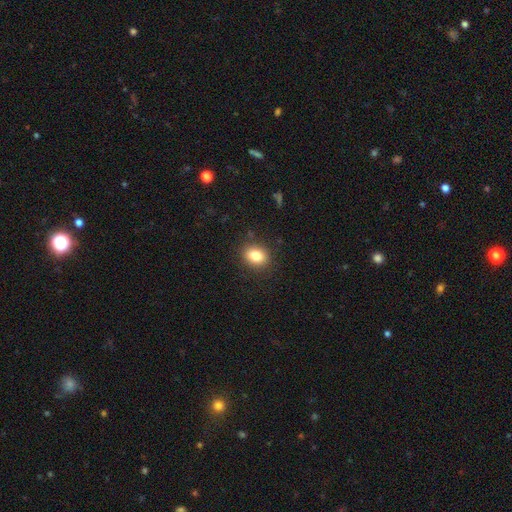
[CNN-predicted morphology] The model was most divided on "how rounded": in between: 50%, round: 49%, cigar-shaped: 1%. More confident: merging — none (87%); smooth or featured — smooth (82%).